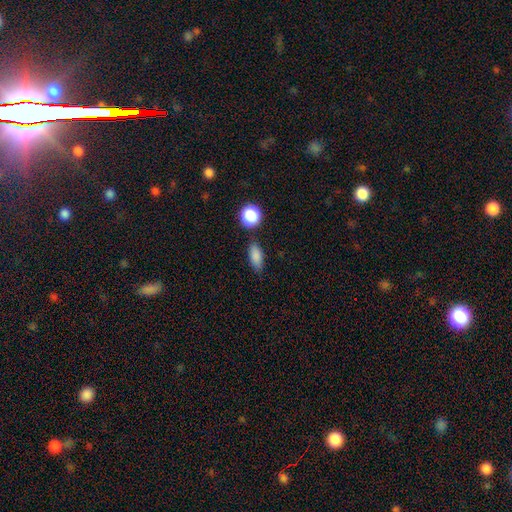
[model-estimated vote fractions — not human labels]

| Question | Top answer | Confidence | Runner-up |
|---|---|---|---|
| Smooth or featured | smooth | 85% | star or artifact (9%) |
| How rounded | in between | 79% | cigar-shaped (12%) |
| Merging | none | 74% | minor disturbance (15%) |